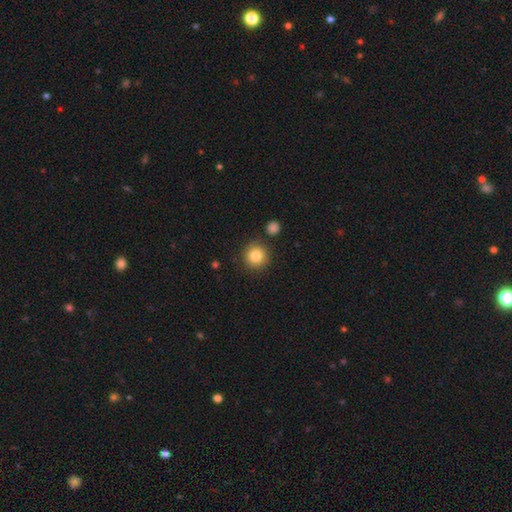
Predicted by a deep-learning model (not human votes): Morphology: type=smooth (84%); roundness=round (93%); merging=none (85%).